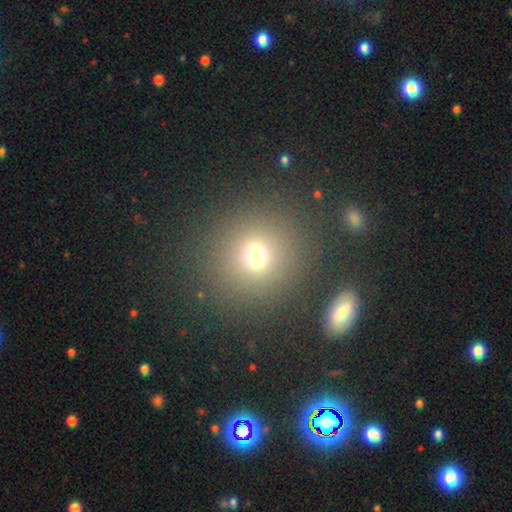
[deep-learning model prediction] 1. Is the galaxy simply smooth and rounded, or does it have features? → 69% smooth, 22% star or artifact, 9% featured or disk.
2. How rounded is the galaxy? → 91% round, 8% in between, 1% cigar-shaped.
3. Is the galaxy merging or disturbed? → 82% none, 7% minor disturbance, 6% merger, 5% major disturbance.